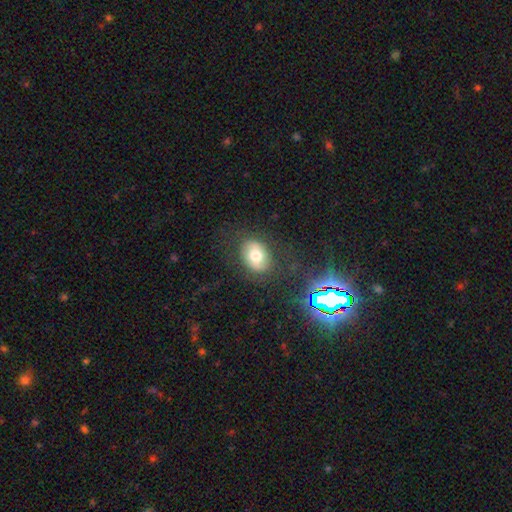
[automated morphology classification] smooth 62%, featured or disk 27%, star or artifact 11%. Down the decision tree: how rounded — in between (67%); merging — none (78%).